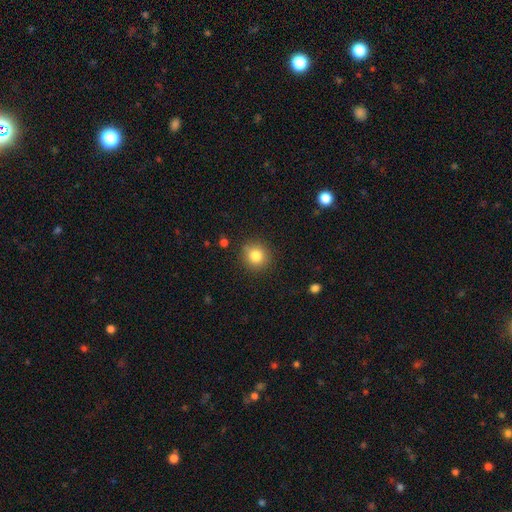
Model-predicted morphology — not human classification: smooth_or_featured: smooth (p=0.83) [alt: star or artifact p=0.11]
how_rounded: round (p=0.90) [alt: in between p=0.09]
merging: none (p=0.88) [alt: minor disturbance p=0.08]